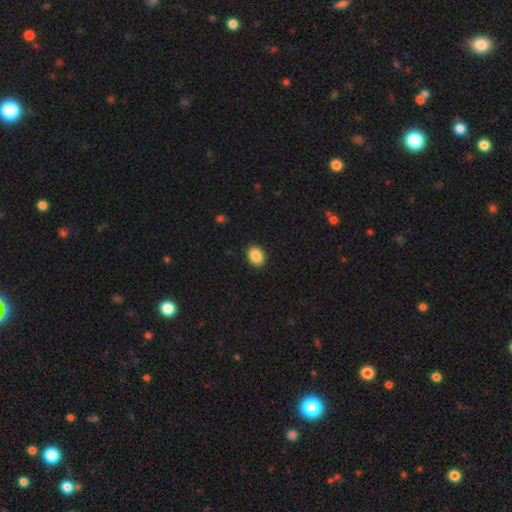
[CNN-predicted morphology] Q: Smooth or featured?
A: smooth (89%); runner-up: star or artifact (8%)
Q: How rounded?
A: in between (69%); runner-up: round (30%)
Q: Merging?
A: none (91%); runner-up: minor disturbance (7%)